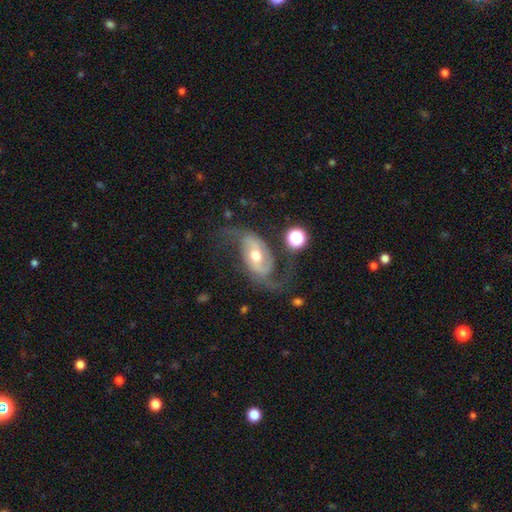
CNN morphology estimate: smooth_or_featured: featured or disk (p=0.85) [alt: smooth p=0.10]
disk_edge_on: no (p=0.96) [alt: yes p=0.04]
bar: no (p=0.39) [alt: weak p=0.38]
has_spiral_arms: yes (p=0.94) [alt: no p=0.06]
spiral_winding: loose (p=0.52) [alt: medium p=0.37]
spiral_arm_count: 2 (p=0.89) [alt: can't tell p=0.04]
bulge_size: moderate (p=0.68) [alt: small p=0.25]
merging: none (p=0.60) [alt: major disturbance p=0.19]